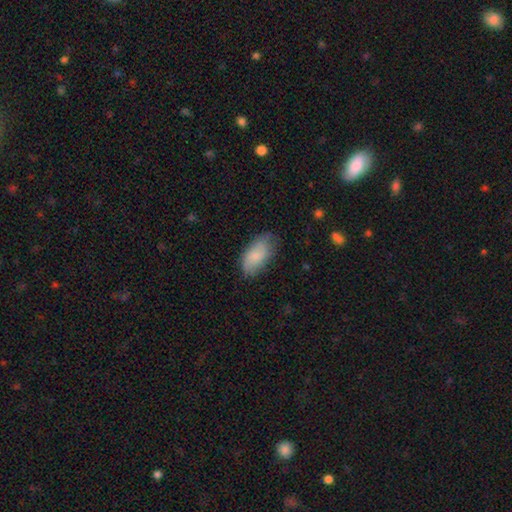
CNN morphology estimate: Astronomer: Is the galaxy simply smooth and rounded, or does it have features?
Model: smooth — 77%.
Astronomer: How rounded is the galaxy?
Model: in between — 92%.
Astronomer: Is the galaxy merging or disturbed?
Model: none — 69%.